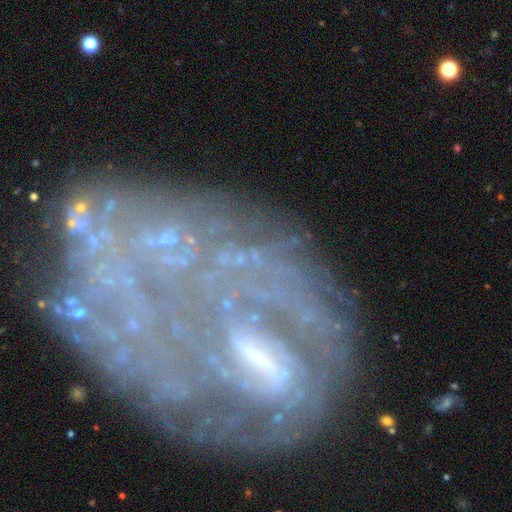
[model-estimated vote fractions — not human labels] Smooth or featured?
  - featured or disk: 66% *
  - star or artifact: 22%
  - smooth: 12%
Edge-on disk?
  - no: 91% *
  - yes: 9%
Bar?
  - strong: 37% *
  - no: 35%
  - weak: 29%
Spiral arms?
  - yes: 83% *
  - no: 17%
Bulge size?
  - small: 48% *
  - moderate: 26%
  - none: 16%
  - large: 6%
  - dominant: 3%
Merging?
  - none: 61% *
  - minor disturbance: 18%
  - major disturbance: 14%
  - merger: 7%